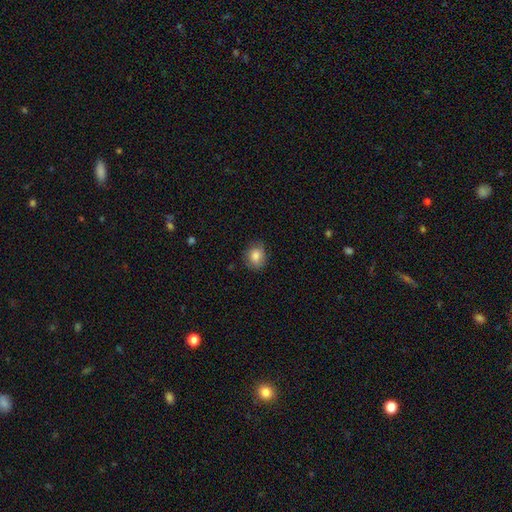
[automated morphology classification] smooth 84%, star or artifact 8%, featured or disk 8%. Down the decision tree: how rounded — round (66%); merging — none (78%).